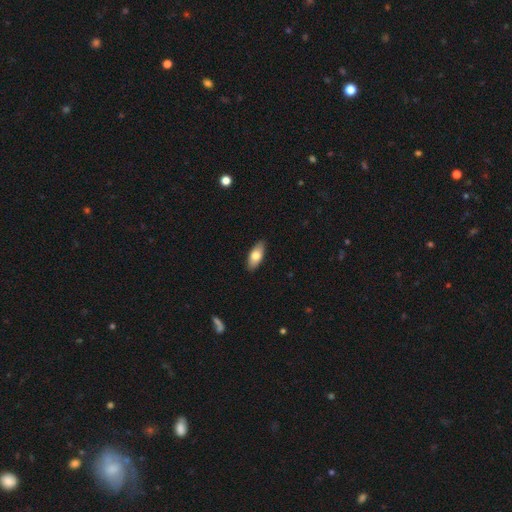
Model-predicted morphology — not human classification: Q: Smooth or featured?
A: smooth (73%); runner-up: featured or disk (21%)
Q: How rounded?
A: in between (82%); runner-up: cigar-shaped (16%)
Q: Merging?
A: none (88%); runner-up: minor disturbance (9%)